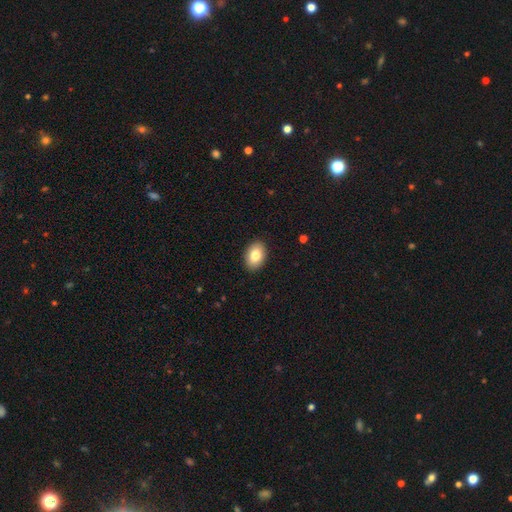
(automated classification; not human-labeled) Morphology: type=smooth (80%); roundness=in between (83%); merging=none (90%).